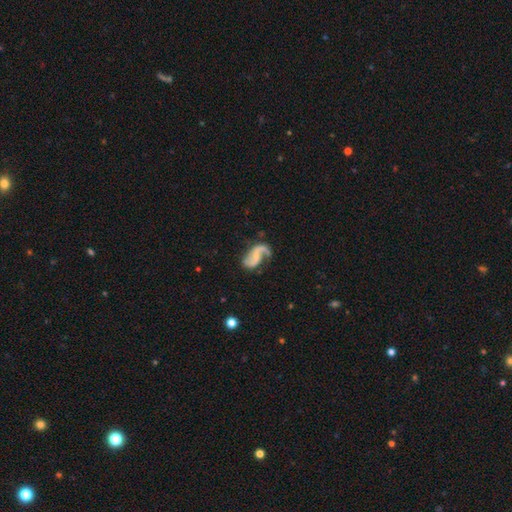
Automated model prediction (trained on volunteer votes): This appears to be a featured or disk galaxy (87%) with no bar (43%), 2 (85%) loose (65%) spiral arms (96%) and no central bulge (45%). Merging: none (61%).